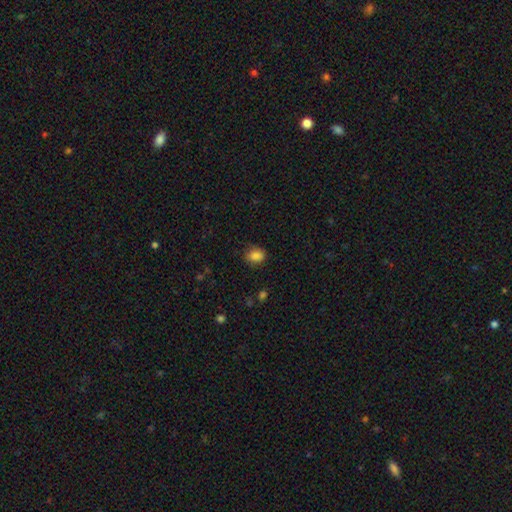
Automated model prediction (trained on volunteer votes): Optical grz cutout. It shows a smooth galaxy with no disk features (86%) that is in between round and cigar-shaped (55%). Merging: none (76%).